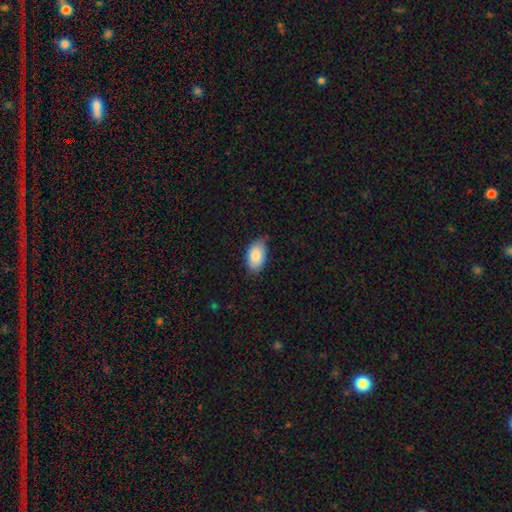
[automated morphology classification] A smooth galaxy with no disk features (85%) that is in between round and cigar-shaped (93%).

Vote fractions:
- Smooth or featured? smooth: 85% / featured or disk: 9% / star or artifact: 7%
- How rounded? in between: 93% / round: 6% / cigar-shaped: 1%
- Merging? none: 68% / minor disturbance: 27% / major disturbance: 4% / merger: 1%